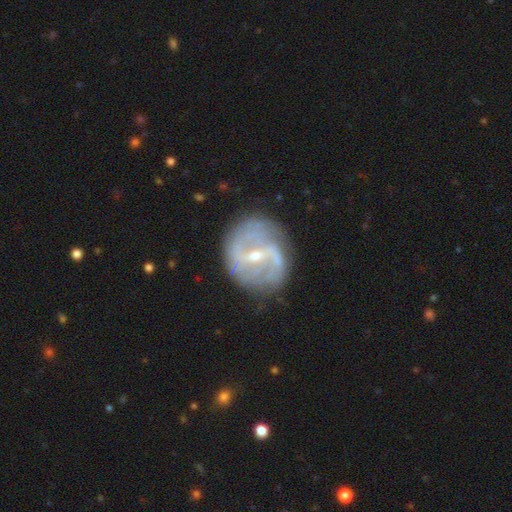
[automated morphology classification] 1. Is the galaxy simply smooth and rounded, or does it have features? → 84% featured or disk, 9% smooth, 6% star or artifact.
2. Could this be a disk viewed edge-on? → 96% no, 4% yes.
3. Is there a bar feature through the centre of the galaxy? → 48% strong, 40% weak, 12% no.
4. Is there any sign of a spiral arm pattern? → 87% yes, 13% no.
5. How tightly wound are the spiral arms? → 41% medium, 31% loose, 28% tight.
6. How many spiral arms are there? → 64% 2, 20% can't tell, 7% 3, 4% 1, 3% 4, 3% more than 4.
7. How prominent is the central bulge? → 61% small, 36% moderate, 1% large, 1% none, 1% dominant.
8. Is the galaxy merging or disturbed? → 74% none, 17% minor disturbance, 8% major disturbance, 2% merger.